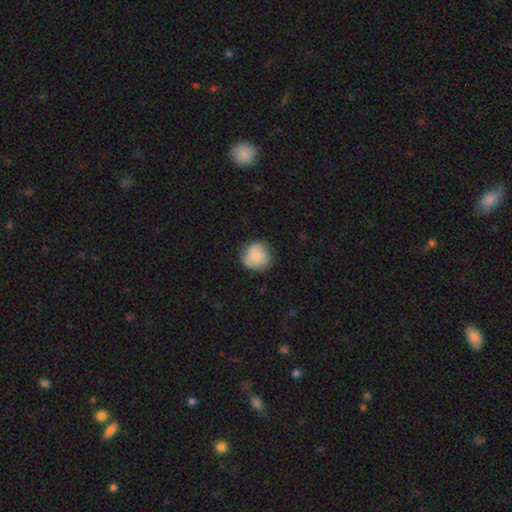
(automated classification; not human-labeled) Q: Smooth or featured?
A: smooth (79%); runner-up: featured or disk (14%)
Q: How rounded?
A: round (88%); runner-up: in between (11%)
Q: Merging?
A: none (71%); runner-up: minor disturbance (22%)